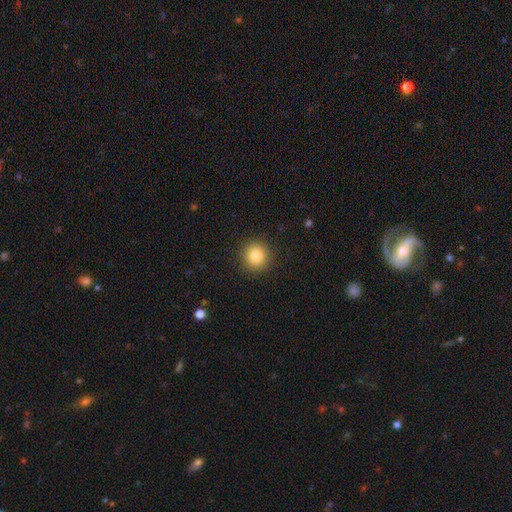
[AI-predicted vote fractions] Smooth or featured: smooth — 83% (star or artifact — 11%)
How rounded: round — 92% (in between — 7%)
Merging: none — 91% (minor disturbance — 6%)